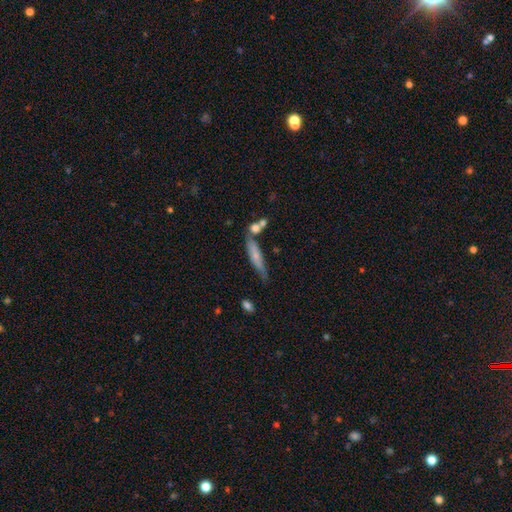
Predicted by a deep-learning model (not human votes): This is likely a smooth galaxy (62%). How rounded: clearly cigar-shaped (80%). Merging: possibly none (55%).